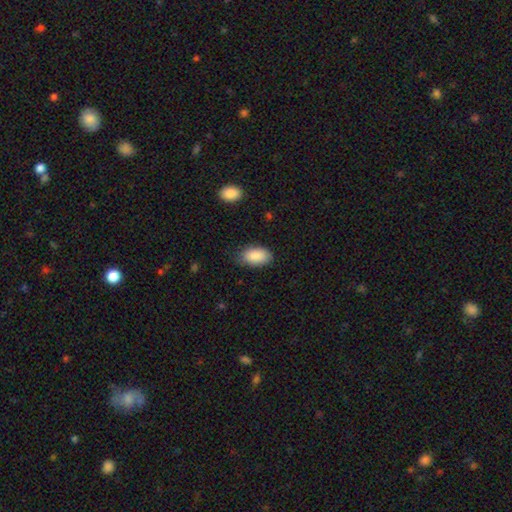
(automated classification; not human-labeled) Smooth or featured?
  - smooth: 88% *
  - star or artifact: 7%
  - featured or disk: 6%
How rounded?
  - in between: 94% *
  - round: 4%
  - cigar-shaped: 2%
Merging?
  - none: 75% *
  - minor disturbance: 20%
  - major disturbance: 4%
  - merger: 1%